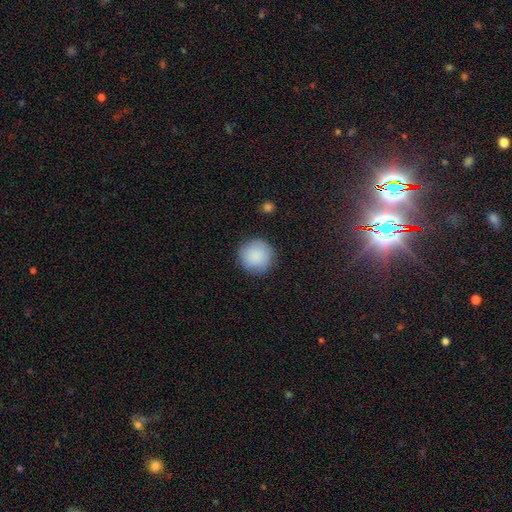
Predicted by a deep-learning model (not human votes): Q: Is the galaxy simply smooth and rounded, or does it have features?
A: smooth — 89%.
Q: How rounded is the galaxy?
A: round — 95%.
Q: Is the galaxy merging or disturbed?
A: none — 88%.